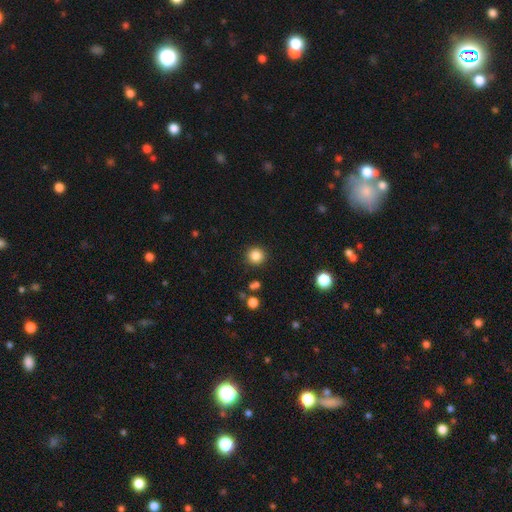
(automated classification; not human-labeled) Smooth or featured?
  - smooth: 84% *
  - star or artifact: 12%
  - featured or disk: 4%
How rounded?
  - round: 95% *
  - in between: 4%
  - cigar-shaped: 1%
Merging?
  - none: 91% *
  - minor disturbance: 5%
  - major disturbance: 2%
  - merger: 2%